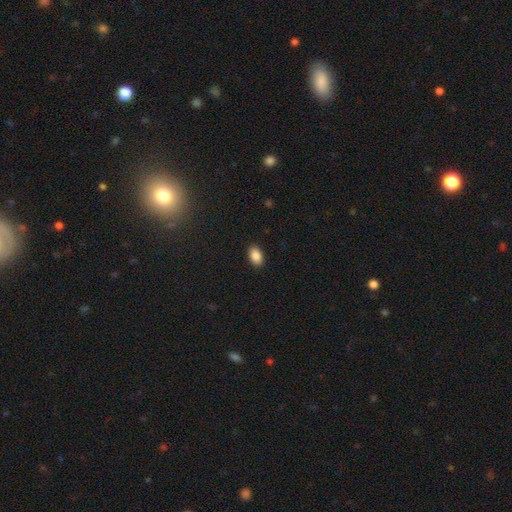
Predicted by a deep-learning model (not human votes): Smooth or featured? smooth (88%)
How rounded? in between (91%)
Merging? none (90%)